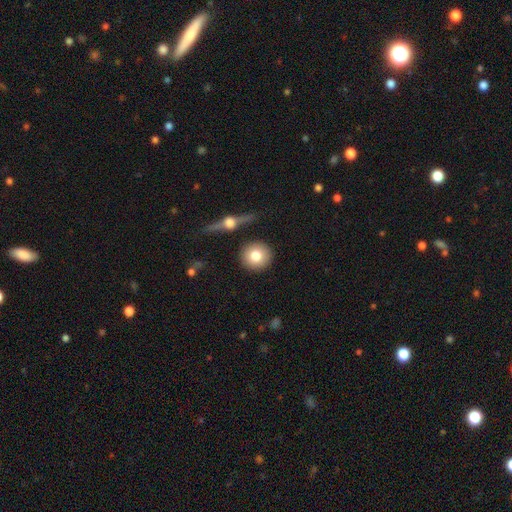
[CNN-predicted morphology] Smooth or featured: smooth — 75% (featured or disk — 17%)
How rounded: round — 93% (in between — 6%)
Merging: none — 87% (minor disturbance — 7%)